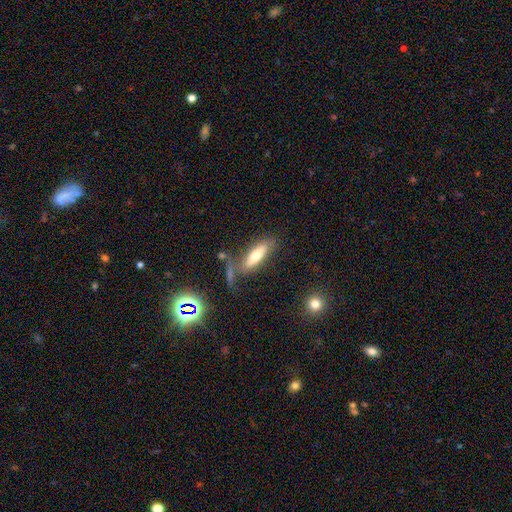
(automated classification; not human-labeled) Overall: smooth (62%; featured or disk 30%). How rounded: in between (52%; cigar-shaped 46%). Merging: none (58%; minor disturbance 20%).